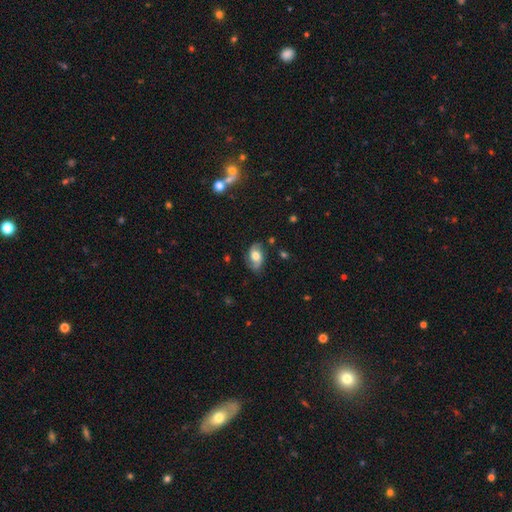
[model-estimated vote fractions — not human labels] A featured or disk galaxy (55%) with no bar (66%), spiral arms (85%) and a moderate central bulge (62%). Merging: none (73%).